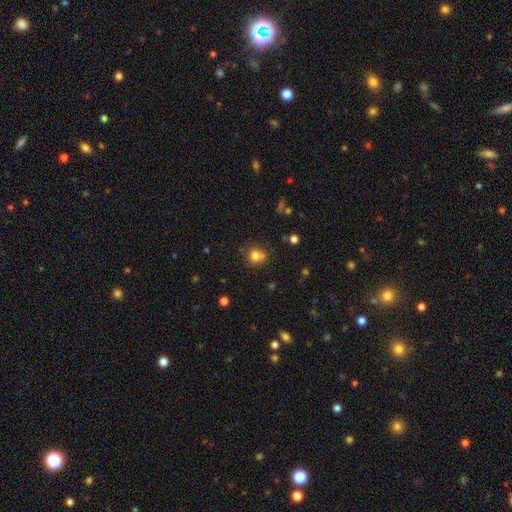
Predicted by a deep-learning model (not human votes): This appears to be a smooth galaxy with no disk features (78%) that is round (82%). Merging: none (65%).